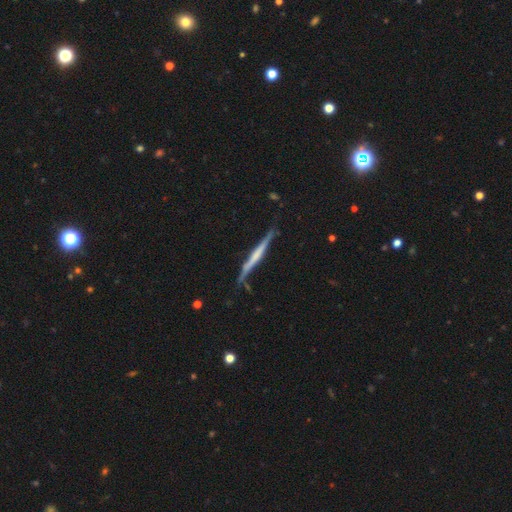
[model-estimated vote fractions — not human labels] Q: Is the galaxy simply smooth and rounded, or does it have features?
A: featured or disk — 62%.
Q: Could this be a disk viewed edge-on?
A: yes — 97%.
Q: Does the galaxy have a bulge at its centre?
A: none — 58%.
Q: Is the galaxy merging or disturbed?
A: none — 79%.